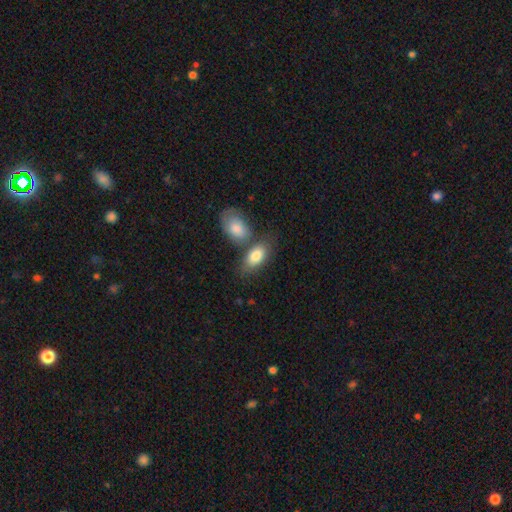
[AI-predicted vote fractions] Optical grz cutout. It shows a smooth galaxy with no disk features (82%) that is in between round and cigar-shaped (91%). Merging: none (47%).